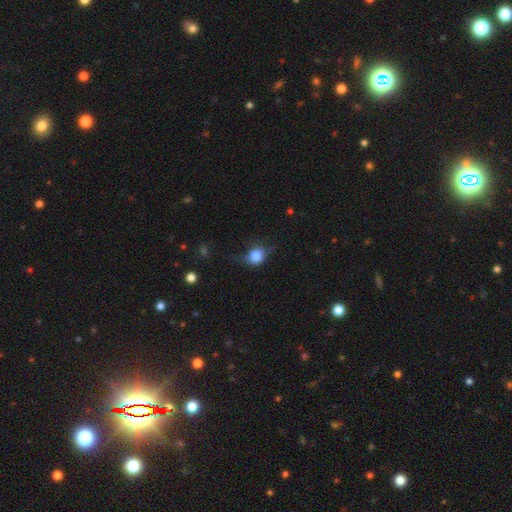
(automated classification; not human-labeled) Smooth or featured? Predicted: smooth (p=0.74). How rounded? Predicted: round (p=0.70). Merging? Predicted: none (p=0.46).